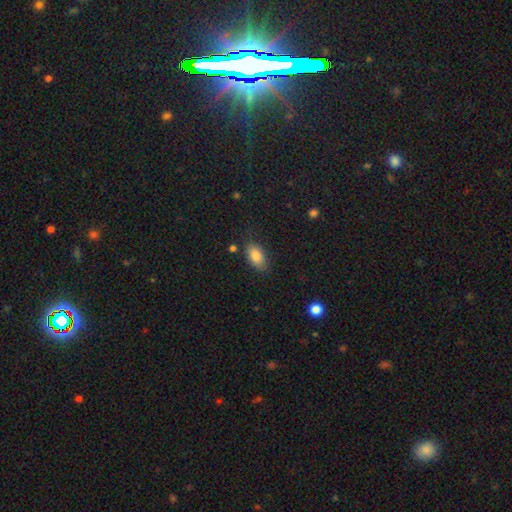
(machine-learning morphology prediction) Smooth or featured: smooth — 84% (star or artifact — 8%)
How rounded: in between — 91% (round — 5%)
Merging: none — 77% (minor disturbance — 17%)